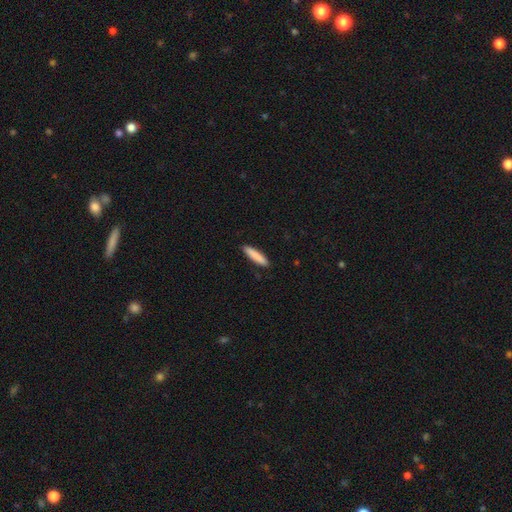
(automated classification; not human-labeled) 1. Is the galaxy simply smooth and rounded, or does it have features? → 87% smooth, 8% featured or disk, 6% star or artifact.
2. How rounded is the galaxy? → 85% cigar-shaped, 14% in between, 1% round.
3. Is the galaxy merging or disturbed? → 90% none, 7% minor disturbance, 1% major disturbance, 1% merger.